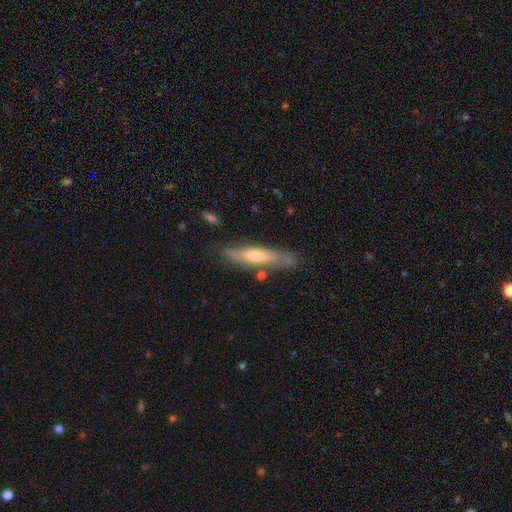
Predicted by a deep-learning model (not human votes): Morphology: type=smooth (50%); roundness=cigar-shaped (82%); merging=none (71%).